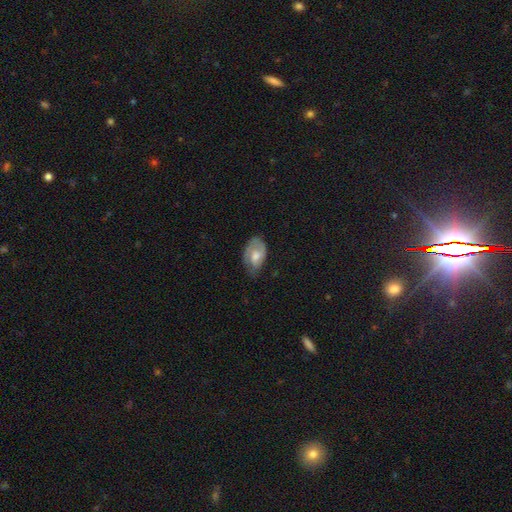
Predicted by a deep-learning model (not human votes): This is possibly a featured or disk galaxy (48%). Merging: possibly none (54%).